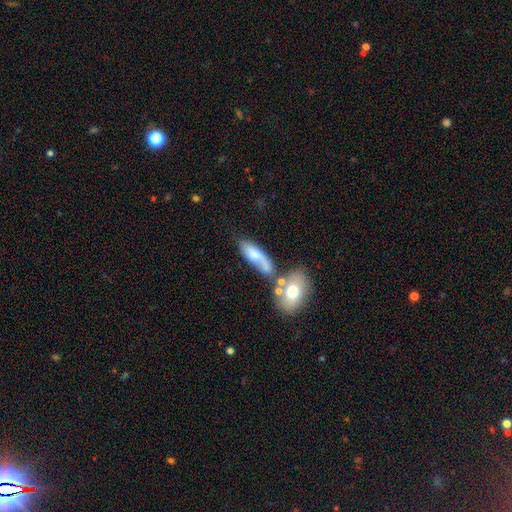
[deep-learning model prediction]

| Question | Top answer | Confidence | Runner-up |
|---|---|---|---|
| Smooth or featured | smooth | 64% | featured or disk (28%) |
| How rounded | in between | 62% | cigar-shaped (33%) |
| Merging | none | 39% | merger (28%) |